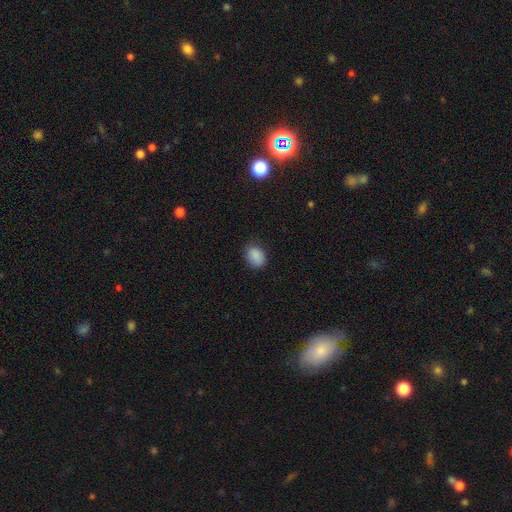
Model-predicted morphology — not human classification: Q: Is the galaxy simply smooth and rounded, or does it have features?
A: smooth — 87%.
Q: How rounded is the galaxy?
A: in between — 66%.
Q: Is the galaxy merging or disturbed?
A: none — 76%.